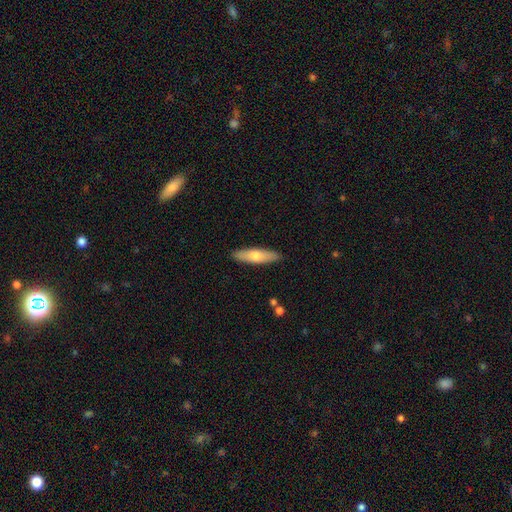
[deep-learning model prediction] smooth_or_featured: smooth (p=0.66) [alt: featured or disk p=0.28]
how_rounded: cigar-shaped (p=0.66) [alt: in between p=0.32]
merging: none (p=0.89) [alt: minor disturbance p=0.08]